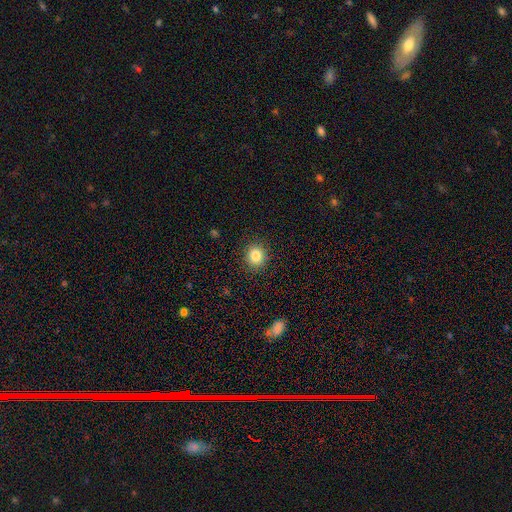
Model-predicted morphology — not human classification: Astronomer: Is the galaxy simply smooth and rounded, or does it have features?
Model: smooth — 84%.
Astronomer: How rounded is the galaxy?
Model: round — 81%.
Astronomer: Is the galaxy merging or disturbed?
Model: none — 90%.